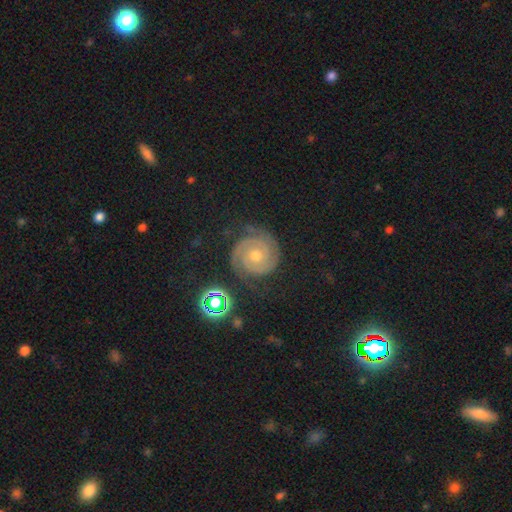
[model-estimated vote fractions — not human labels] Overall: featured or disk (84%). Edge-on disk: no (98%). Bar: no (77%). Spiral arms: yes (98%). Spiral arm count: 2 (80%). Spiral winding: tight (82%). Bulge size: moderate (61%; small 35%). Merging: none (81%).